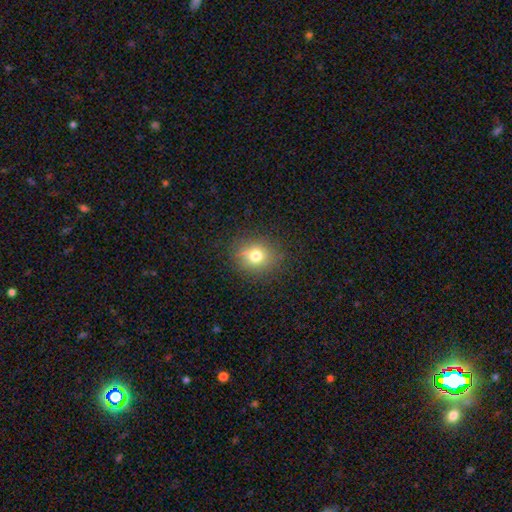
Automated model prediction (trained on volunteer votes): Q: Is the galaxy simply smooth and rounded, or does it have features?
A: smooth — 74%.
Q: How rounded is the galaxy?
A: round — 77%.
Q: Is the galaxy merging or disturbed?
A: none — 84%.